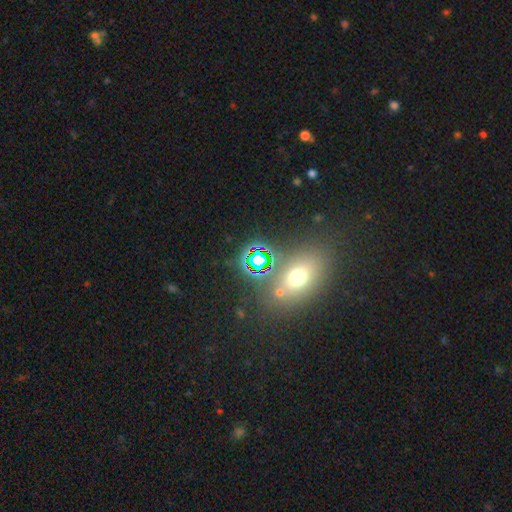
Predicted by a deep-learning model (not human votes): Morphology: type=smooth (55%); roundness=in between (61%); merging=none (62%).